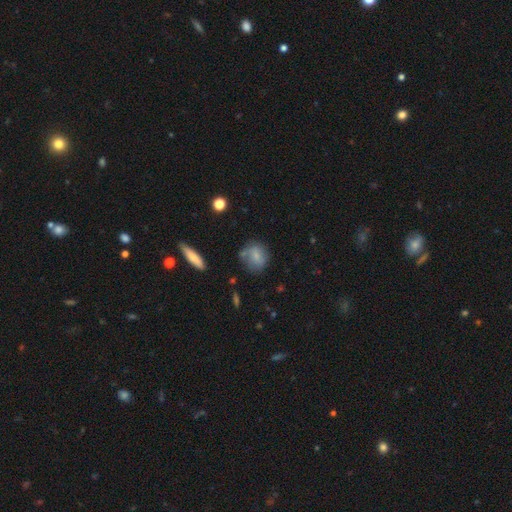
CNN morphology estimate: Q: Smooth or featured?
A: smooth (69%); runner-up: featured or disk (21%)
Q: How rounded?
A: round (65%); runner-up: in between (32%)
Q: Merging?
A: none (61%); runner-up: minor disturbance (24%)